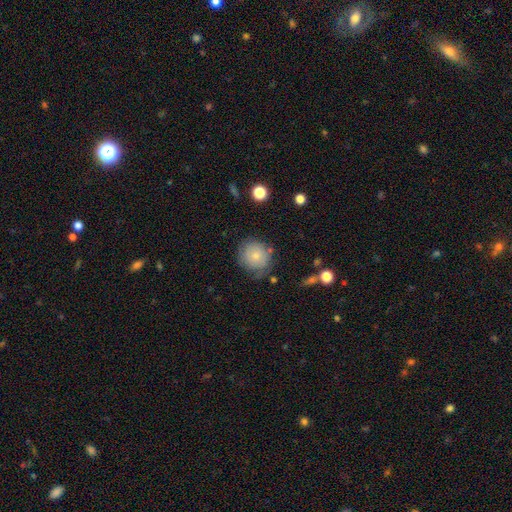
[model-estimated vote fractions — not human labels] smooth 75%, featured or disk 17%, star or artifact 9%. Down the decision tree: how rounded — round (90%); merging — none (69%).